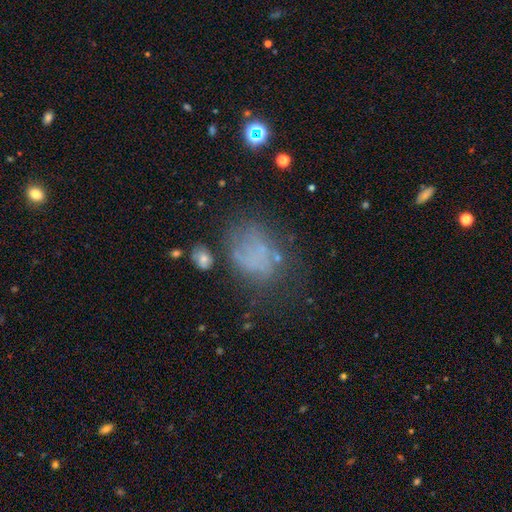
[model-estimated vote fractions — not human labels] Overall: smooth (46%; featured or disk 33%). Merging: none (41%; major disturbance 28%).